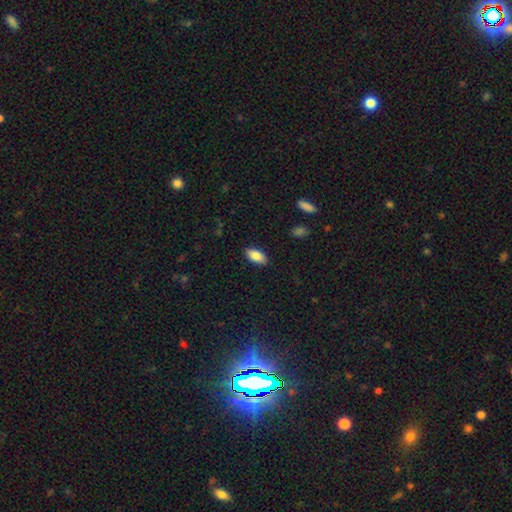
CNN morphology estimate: Smooth or featured?
  - smooth: 86% *
  - star or artifact: 7%
  - featured or disk: 7%
How rounded?
  - in between: 92% *
  - cigar-shaped: 5%
  - round: 3%
Merging?
  - none: 87% *
  - minor disturbance: 10%
  - major disturbance: 2%
  - merger: 1%